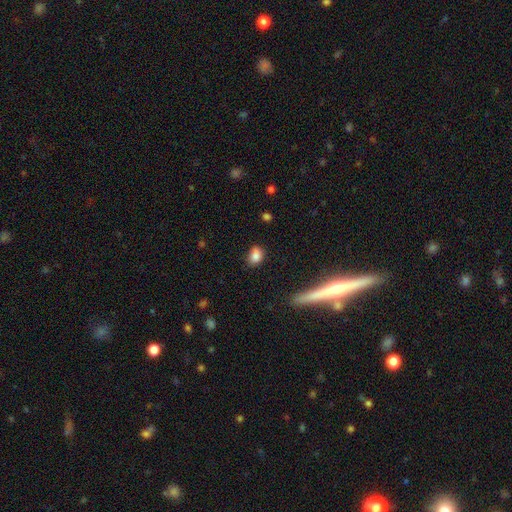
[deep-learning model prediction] This is clearly a smooth galaxy (84%). How rounded: likely in between (74%). Merging: likely none (79%).